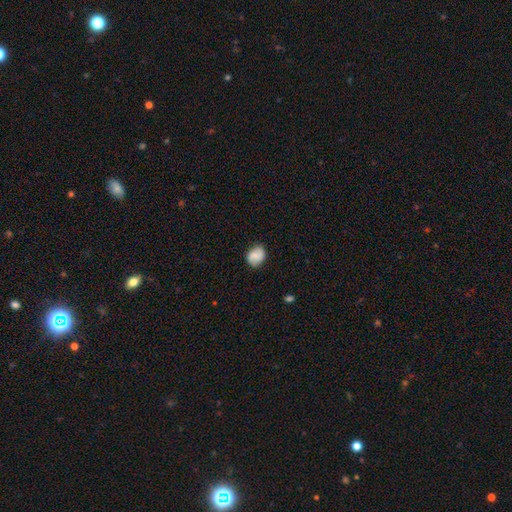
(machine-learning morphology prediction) smooth_or_featured: smooth (p=0.67) [alt: featured or disk p=0.24]
how_rounded: round (p=0.51) [alt: in between p=0.48]
merging: none (p=0.79) [alt: minor disturbance p=0.16]